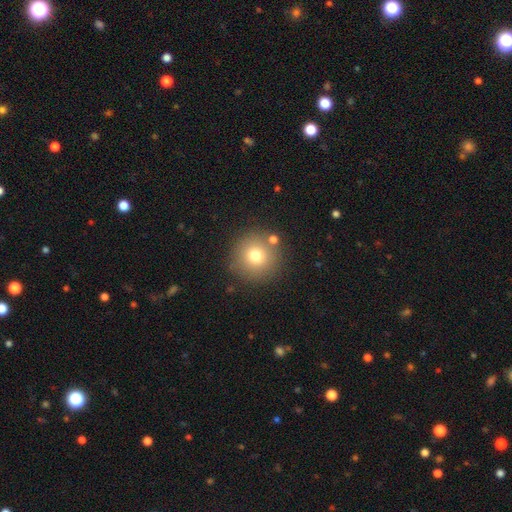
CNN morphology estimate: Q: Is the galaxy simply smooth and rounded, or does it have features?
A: smooth — 74%.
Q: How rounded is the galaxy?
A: round — 95%.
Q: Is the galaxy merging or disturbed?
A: none — 83%.